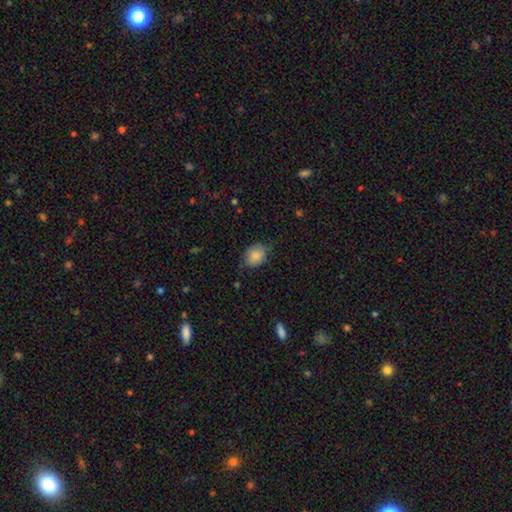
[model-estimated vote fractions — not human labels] Smooth or featured: smooth — 82% (featured or disk — 11%)
How rounded: in between — 69% (round — 30%)
Merging: none — 63% (minor disturbance — 29%)